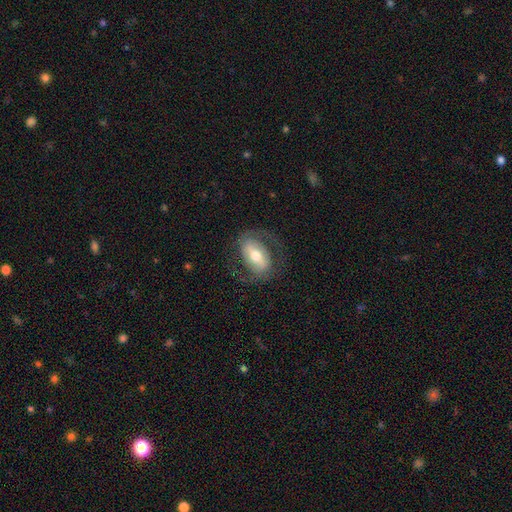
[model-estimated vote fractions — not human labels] Smooth or featured: featured or disk — 70% (smooth — 24%)
Edge-on disk: no — 94% (yes — 6%)
Bar: strong — 48% (weak — 33%)
Spiral arms: yes — 80% (no — 20%)
Spiral winding: medium — 48% (tight — 27%)
Spiral arm count: 2 — 85% (can't tell — 8%)
Bulge size: moderate — 65% (small — 21%)
Merging: none — 72% (minor disturbance — 14%)